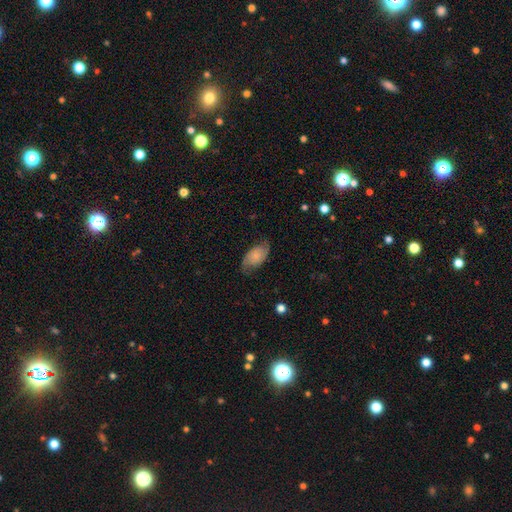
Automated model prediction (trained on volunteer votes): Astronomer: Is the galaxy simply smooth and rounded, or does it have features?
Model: featured or disk — 54% (runner-up: smooth, 38%).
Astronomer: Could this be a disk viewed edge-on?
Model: no — 95%.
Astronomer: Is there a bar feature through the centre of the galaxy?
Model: no — 73%.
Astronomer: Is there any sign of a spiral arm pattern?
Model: yes — 90%.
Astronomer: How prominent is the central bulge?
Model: small — 42% (runner-up: none, 25%).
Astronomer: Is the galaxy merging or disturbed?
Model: none — 72%.